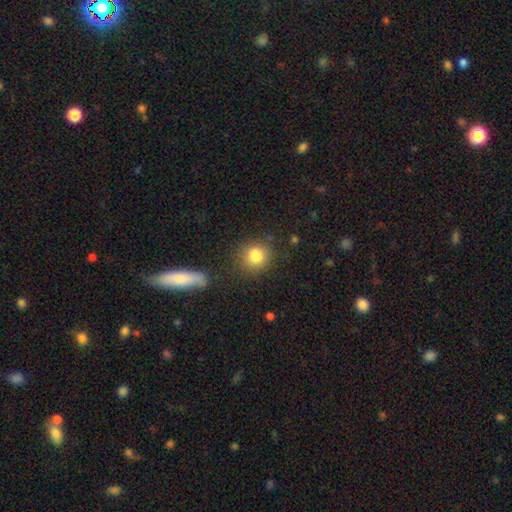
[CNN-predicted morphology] This is clearly a smooth galaxy (84%). How rounded: clearly round (82%). Merging: clearly none (80%).